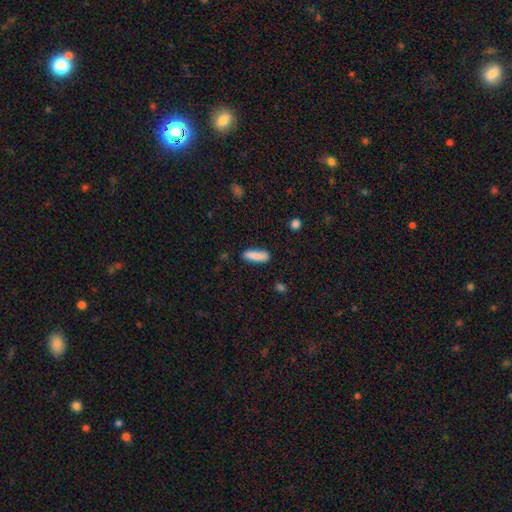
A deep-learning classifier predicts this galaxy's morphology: This appears to be a smooth galaxy with no disk features (86%) that is cigar-shaped (60%). Merging: none (81%).